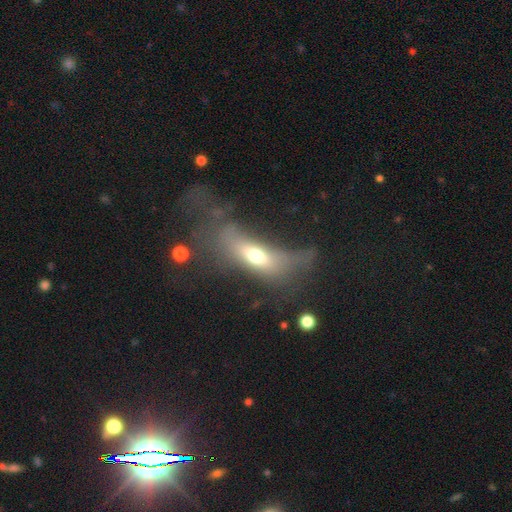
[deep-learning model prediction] A smooth galaxy with no disk features (57%) that is in between round and cigar-shaped (57%). Merging: none (39%).